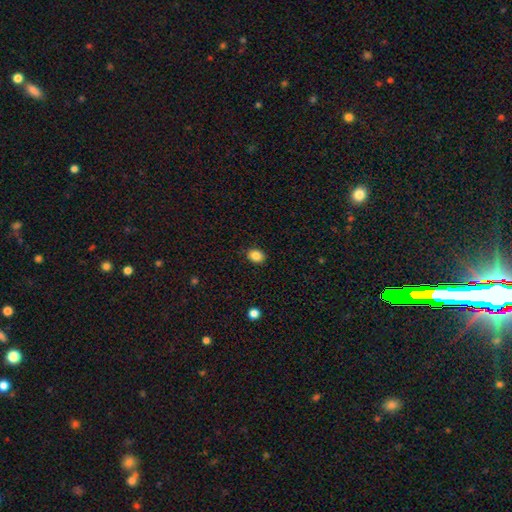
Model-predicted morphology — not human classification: This appears to be a smooth galaxy with no disk features (85%) that is in between round and cigar-shaped (56%). Merging: none (89%).